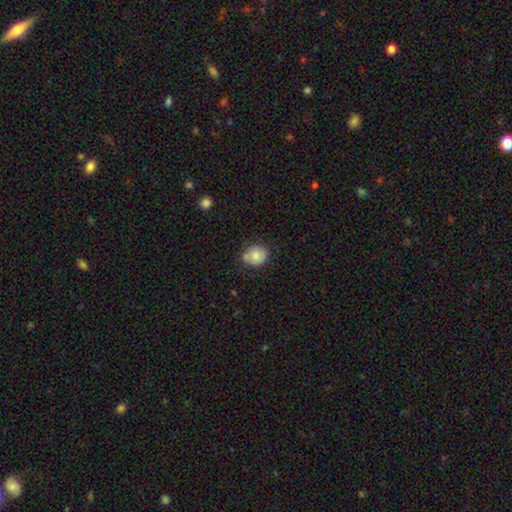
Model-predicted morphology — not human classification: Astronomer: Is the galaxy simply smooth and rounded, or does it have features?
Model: smooth — 81%.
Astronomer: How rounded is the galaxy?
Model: round — 55% (runner-up: in between, 44%).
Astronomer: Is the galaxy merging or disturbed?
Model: none — 63%.